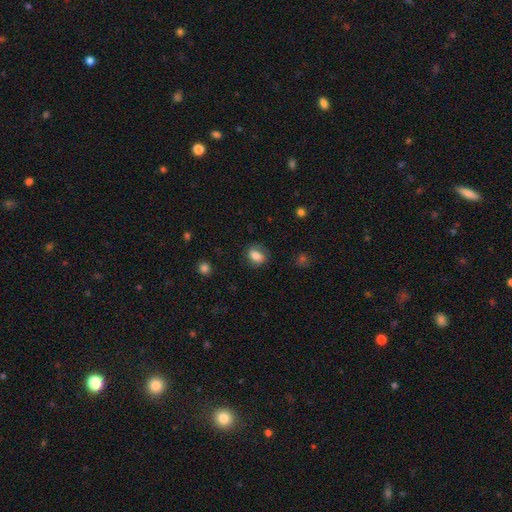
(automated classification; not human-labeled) A smooth galaxy with no disk features (81%) that is in between round and cigar-shaped (64%).

Vote fractions:
- Smooth or featured? smooth: 81% / featured or disk: 10% / star or artifact: 9%
- How rounded? in between: 64% / round: 34% / cigar-shaped: 2%
- Merging? none: 77% / minor disturbance: 17% / major disturbance: 5% / merger: 1%